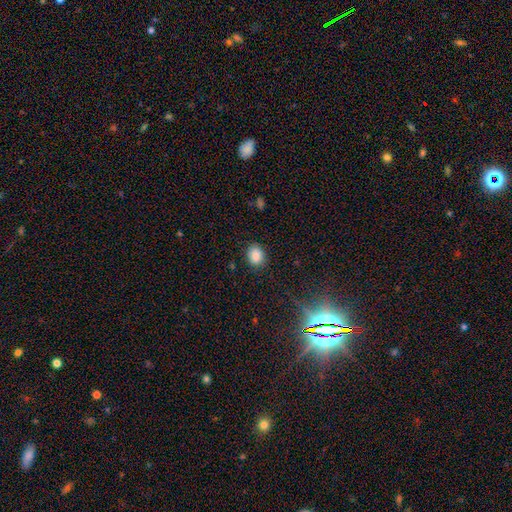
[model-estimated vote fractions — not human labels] Smooth or featured?
  - smooth: 86% *
  - star or artifact: 10%
  - featured or disk: 4%
How rounded?
  - round: 50% *
  - in between: 49%
  - cigar-shaped: 1%
Merging?
  - none: 85% *
  - minor disturbance: 11%
  - major disturbance: 3%
  - merger: 1%